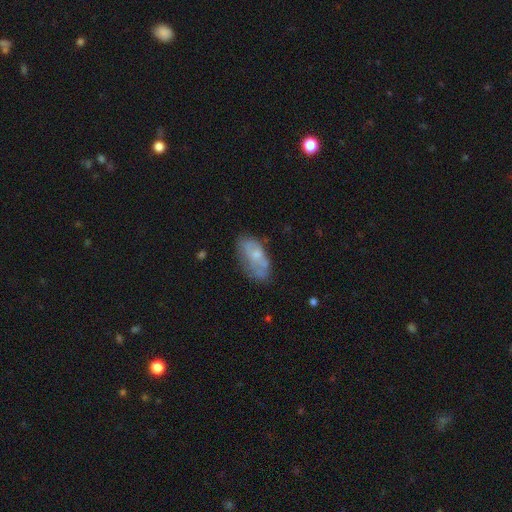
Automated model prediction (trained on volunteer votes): Smooth or featured?
  - smooth: 49% *
  - featured or disk: 44%
  - star or artifact: 8%
Merging?
  - none: 49% *
  - minor disturbance: 30%
  - major disturbance: 15%
  - merger: 6%